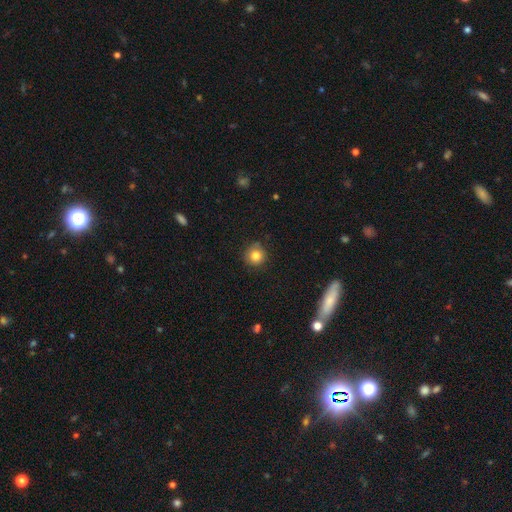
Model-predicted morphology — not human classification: Smooth or featured? Predicted: smooth (p=0.82). How rounded? Predicted: round (p=0.94). Merging? Predicted: none (p=0.86).